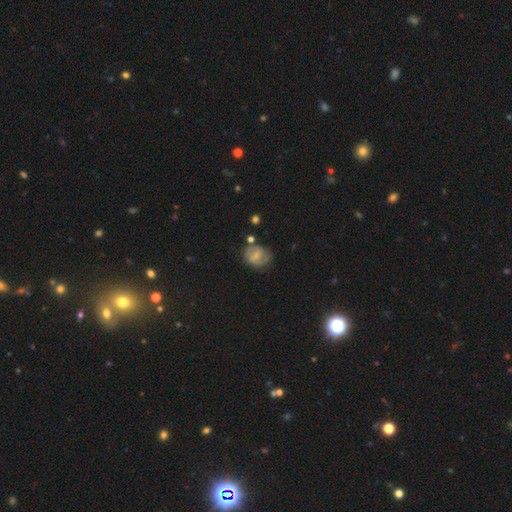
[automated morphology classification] Smooth or featured: smooth — 58% (featured or disk — 32%)
How rounded: round — 52% (in between — 46%)
Merging: none — 57% (minor disturbance — 26%)